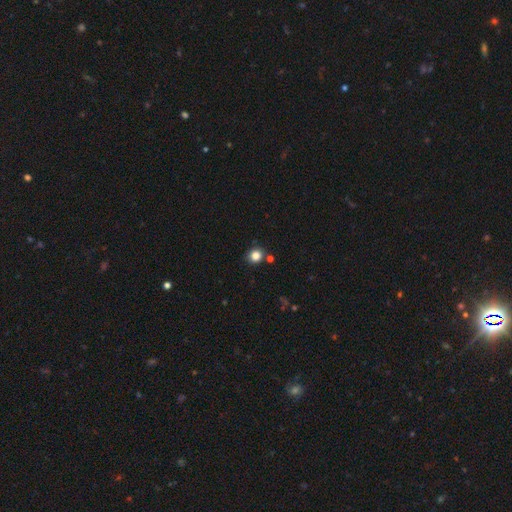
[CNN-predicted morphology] type=smooth (83%); roundness=round (86%); merging=none (84%).